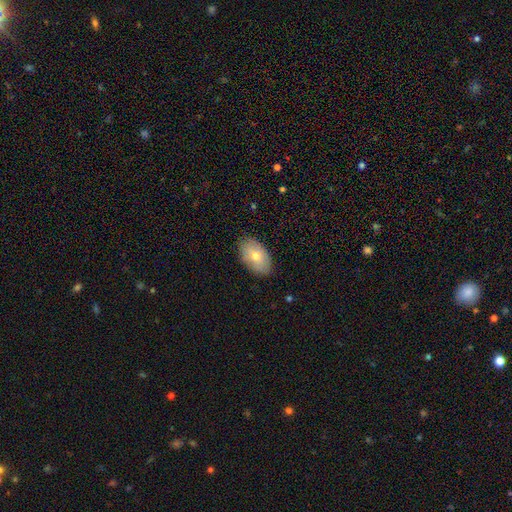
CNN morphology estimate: This is likely a smooth galaxy (74%). How rounded: clearly in between (93%). Merging: clearly none (86%).